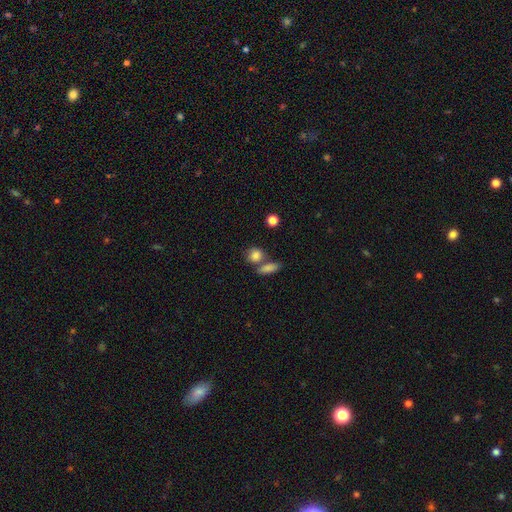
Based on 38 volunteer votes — smooth 92%, star or artifact 8%, featured or disk 0%. Down the decision tree: how rounded — round (57%); merging — merger (54%).